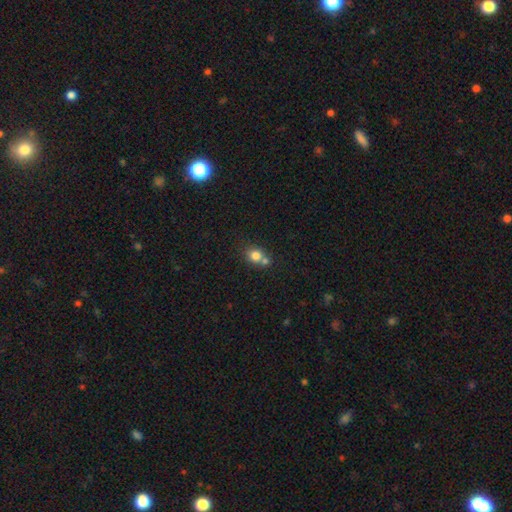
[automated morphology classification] This is likely a smooth galaxy (79%). How rounded: likely round (73%). Merging: marginally none (45%).